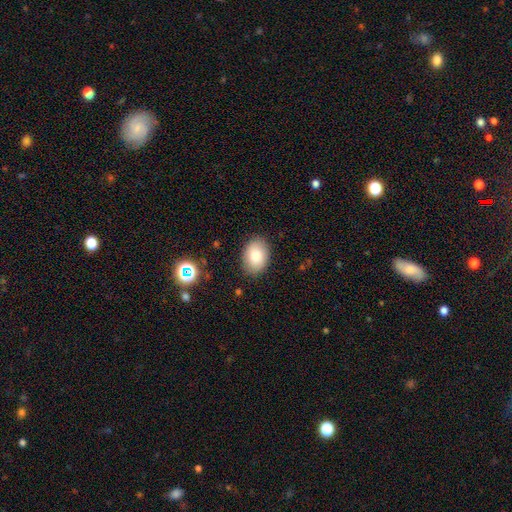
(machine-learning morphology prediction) Q: Smooth or featured?
A: smooth (84%); runner-up: star or artifact (8%)
Q: How rounded?
A: in between (84%); runner-up: round (15%)
Q: Merging?
A: none (85%); runner-up: minor disturbance (11%)